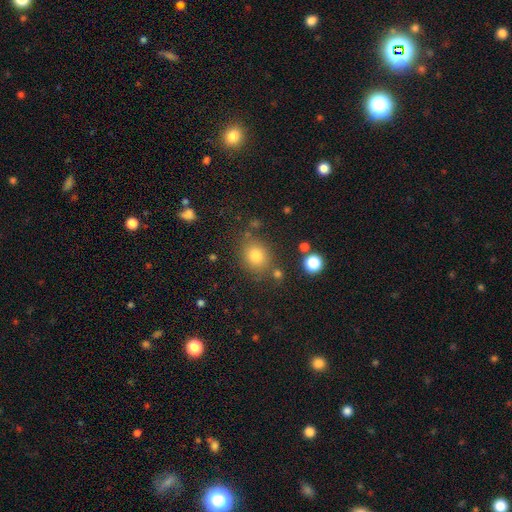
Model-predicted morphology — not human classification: The model was most divided on "how rounded": round: 67%, in between: 32%, cigar-shaped: 1%. More confident: smooth or featured — smooth (78%); merging — none (78%).